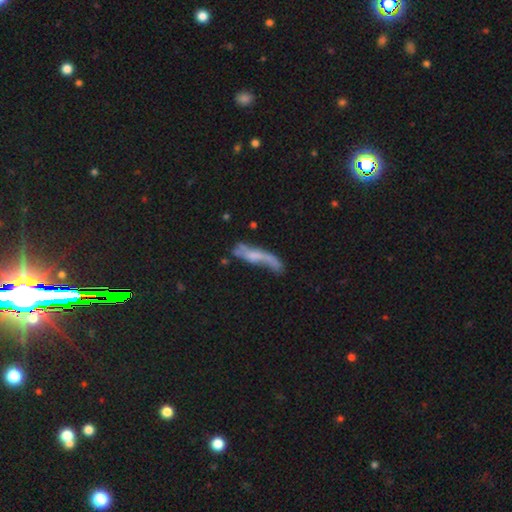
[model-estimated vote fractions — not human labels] smooth-or-featured: featured or disk: 53% | smooth: 38% | star or artifact: 9%
  disk-edge-on: no: 66% | yes: 34%
  merging: none: 33% | major disturbance: 28% | minor disturbance: 24% | merger: 14%